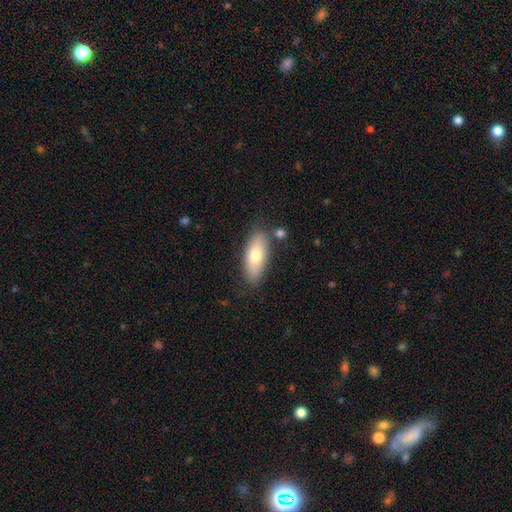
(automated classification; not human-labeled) smooth-or-featured: smooth: 72% | featured or disk: 21% | star or artifact: 6%
  how-rounded: in between: 79% | cigar-shaped: 19% | round: 2%
  merging: none: 80% | minor disturbance: 13% | merger: 4% | major disturbance: 3%